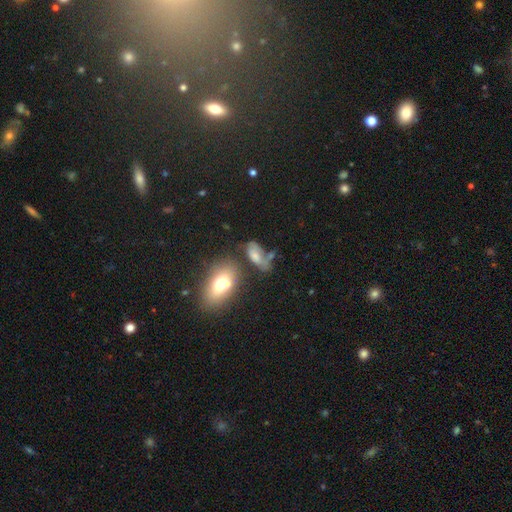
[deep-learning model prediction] Smooth or featured: smooth — 57% (featured or disk — 29%)
How rounded: in between — 85% (cigar-shaped — 9%)
Merging: none — 37% (minor disturbance — 25%)